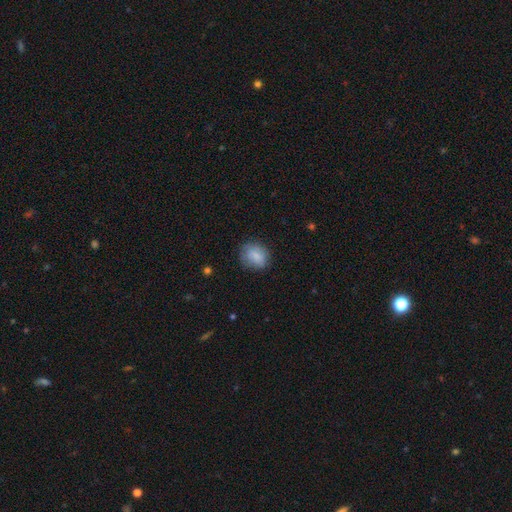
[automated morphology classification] Smooth or featured?
  - smooth: 83% *
  - featured or disk: 9%
  - star or artifact: 8%
How rounded?
  - round: 61% *
  - in between: 38%
  - cigar-shaped: 1%
Merging?
  - none: 74% *
  - minor disturbance: 19%
  - major disturbance: 6%
  - merger: 1%